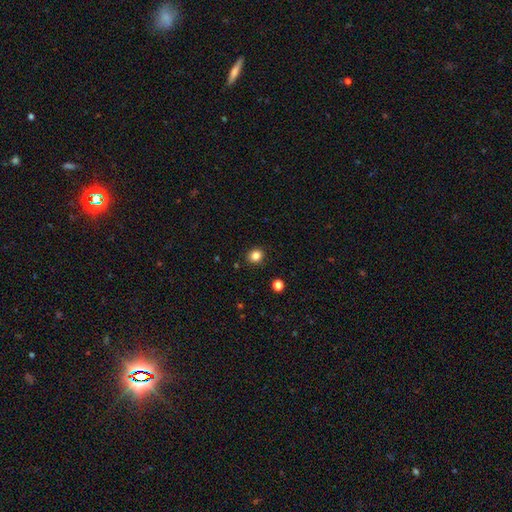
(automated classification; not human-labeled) Morphology: type=smooth (83%); roundness=round (80%); merging=none (90%).